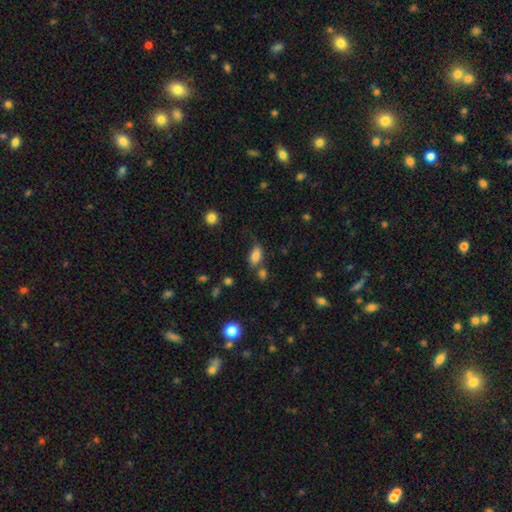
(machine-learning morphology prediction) This is clearly a smooth galaxy (81%). How rounded: clearly in between (88%). Merging: possibly none (55%).